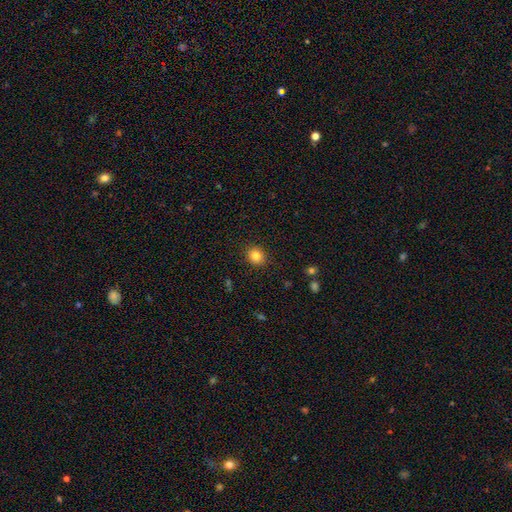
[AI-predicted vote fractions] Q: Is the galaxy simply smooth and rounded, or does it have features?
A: smooth — 83%.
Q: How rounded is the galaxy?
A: round — 71%.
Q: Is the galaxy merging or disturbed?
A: none — 90%.